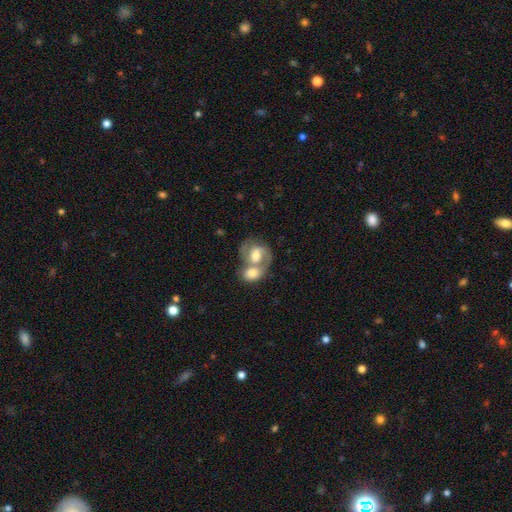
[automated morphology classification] Smooth or featured? featured or disk (55%)
Edge-on disk? no (97%)
Bar? no (48%)
Spiral arms? yes (75%)
Bulge size? moderate (60%)
Merging? merger (67%)